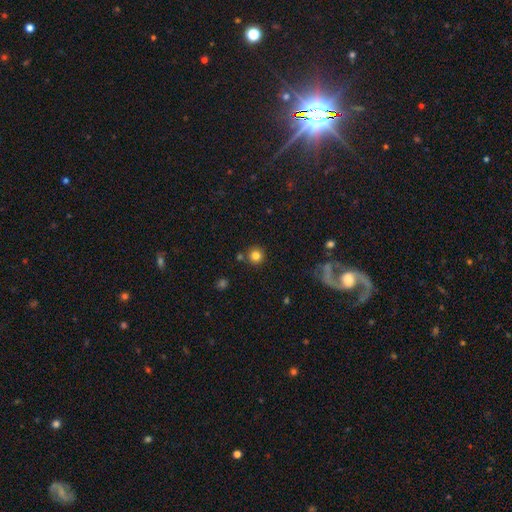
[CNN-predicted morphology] Smooth or featured: smooth — 82% (star or artifact — 12%)
How rounded: round — 95% (in between — 5%)
Merging: none — 84% (minor disturbance — 7%)